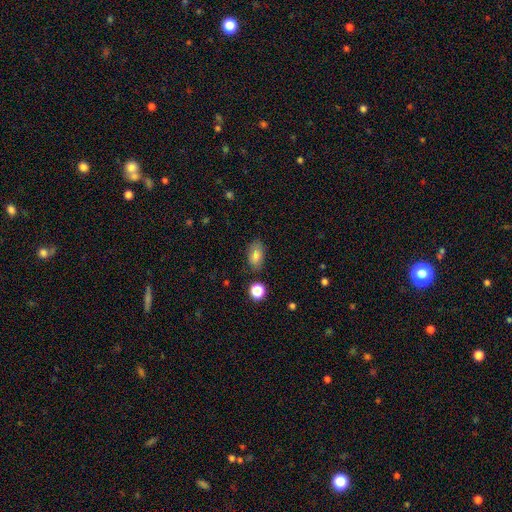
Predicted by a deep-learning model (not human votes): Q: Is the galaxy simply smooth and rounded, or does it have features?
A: smooth — 79%.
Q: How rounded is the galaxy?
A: in between — 89%.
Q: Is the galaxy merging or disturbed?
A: none — 80%.